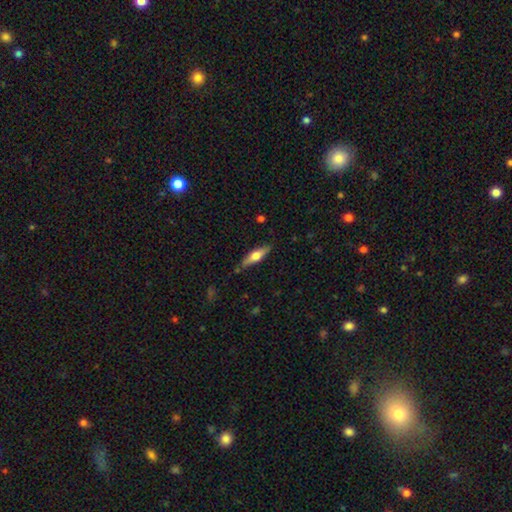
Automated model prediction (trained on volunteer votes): smooth_or_featured: featured or disk (p=0.48) [alt: smooth p=0.47]
merging: none (p=0.80) [alt: minor disturbance p=0.14]